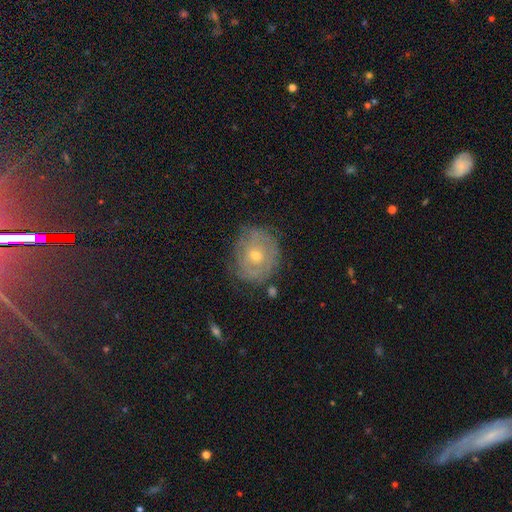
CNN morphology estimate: A featured or disk galaxy (62%) with no bar (79%), spiral arms (67%) and a moderate central bulge (48%, tied with small).

Vote fractions:
- Smooth or featured? featured or disk: 62% / smooth: 28% / star or artifact: 9%
- Edge-on disk? no: 96% / yes: 4%
- Bar? no: 79% / weak: 17% / strong: 4%
- Spiral arms? yes: 67% / no: 33%
- Bulge size? moderate: 48% (tied) / small: 48% (tied) / large: 1% / none: 1% / dominant: 1%
- Merging? none: 71% / minor disturbance: 20% / major disturbance: 7% / merger: 2%